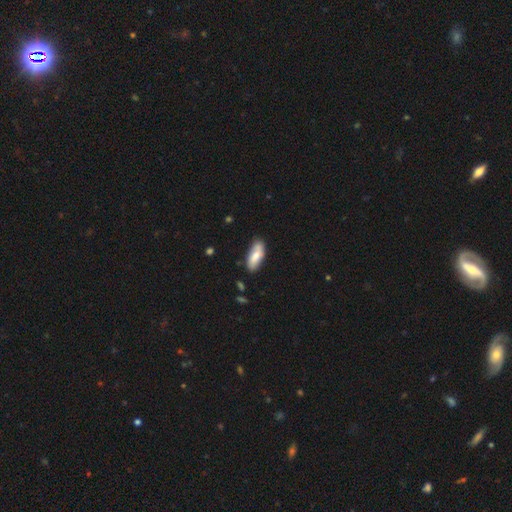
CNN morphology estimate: This is likely a smooth galaxy (72%). How rounded: likely in between (80%). Merging: likely none (77%).